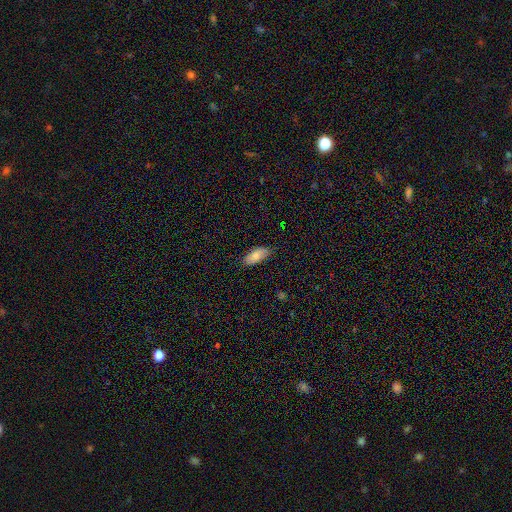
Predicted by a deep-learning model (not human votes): Morphology: type=smooth (79%); roundness=in between (87%); merging=none (83%).